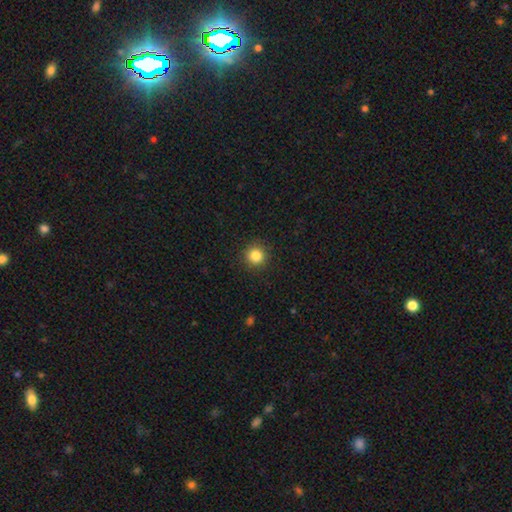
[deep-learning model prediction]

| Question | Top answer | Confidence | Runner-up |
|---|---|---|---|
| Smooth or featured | smooth | 84% | star or artifact (11%) |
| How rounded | round | 94% | in between (5%) |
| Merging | none | 91% | minor disturbance (6%) |